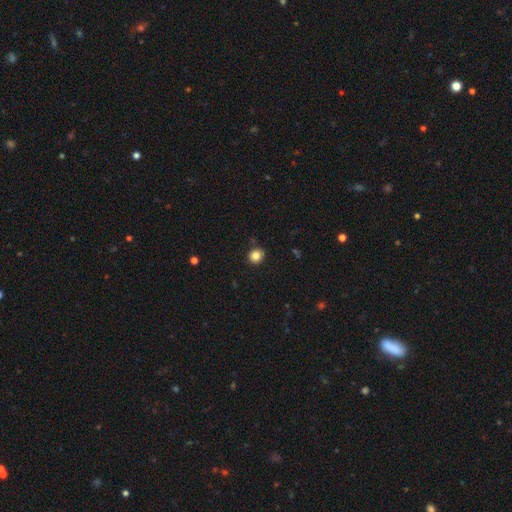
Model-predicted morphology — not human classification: Smooth or featured: smooth — 84% (star or artifact — 11%)
How rounded: round — 81% (in between — 18%)
Merging: none — 90% (minor disturbance — 6%)